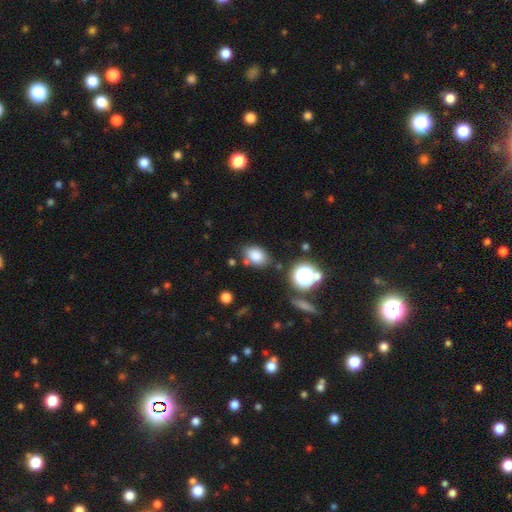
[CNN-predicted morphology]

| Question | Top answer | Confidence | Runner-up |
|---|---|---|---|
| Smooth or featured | smooth | 81% | star or artifact (12%) |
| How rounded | in between | 78% | round (20%) |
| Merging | none | 72% | minor disturbance (16%) |